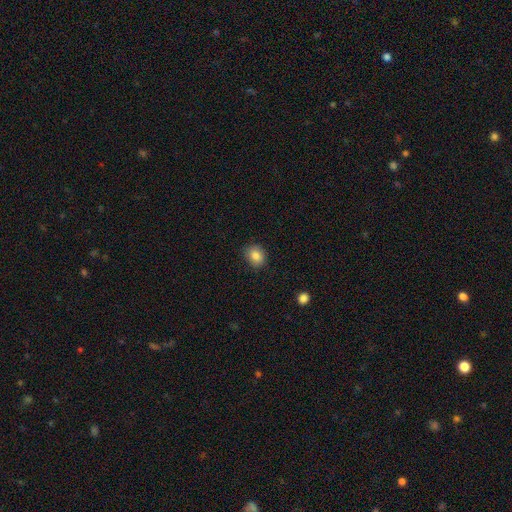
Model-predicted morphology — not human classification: This is clearly a smooth galaxy (84%). How rounded: possibly round (57%). Merging: clearly none (84%).